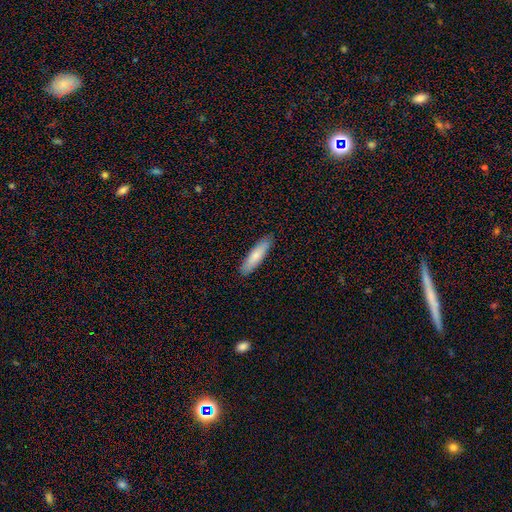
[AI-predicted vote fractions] smooth 79%, featured or disk 16%, star or artifact 5%. Down the decision tree: how rounded — cigar-shaped (72%); merging — none (88%).